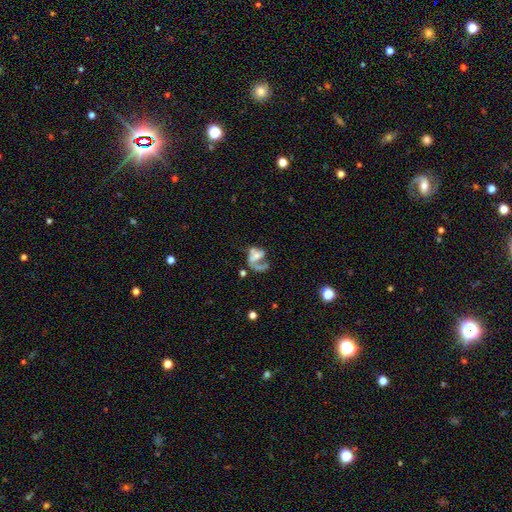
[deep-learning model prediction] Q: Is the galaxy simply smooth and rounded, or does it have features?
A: featured or disk — 61%.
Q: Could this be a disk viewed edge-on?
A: no — 97%.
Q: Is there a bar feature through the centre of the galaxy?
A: no — 66%.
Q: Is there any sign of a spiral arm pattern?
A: yes — 62%.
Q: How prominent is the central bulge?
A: moderate — 35%.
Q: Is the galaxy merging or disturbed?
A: major disturbance — 39%.